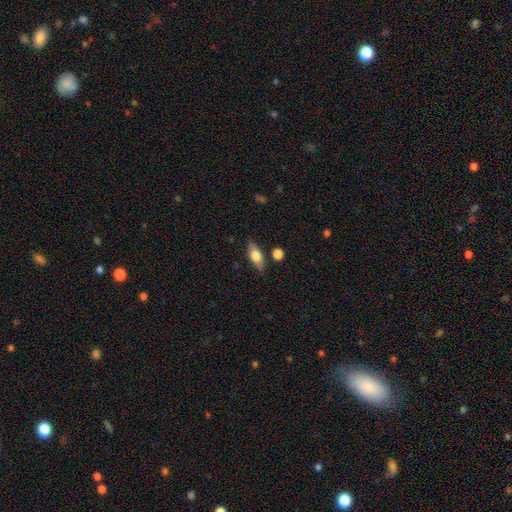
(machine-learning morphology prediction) Smooth or featured? smooth (64%)
How rounded? in between (70%)
Merging? none (80%)